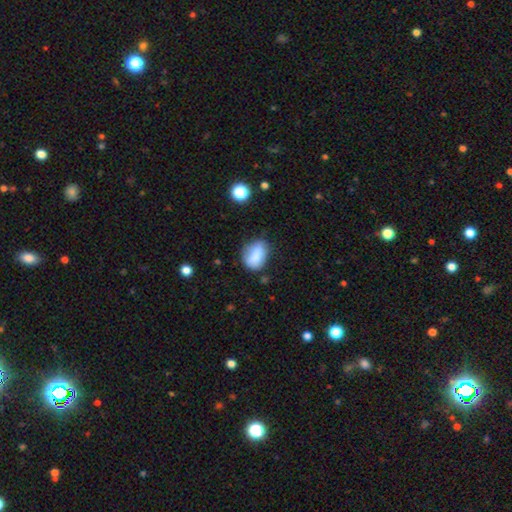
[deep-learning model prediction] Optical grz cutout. It shows a smooth galaxy with no disk features (79%) that is in between round and cigar-shaped (72%). Merging: none (56%).